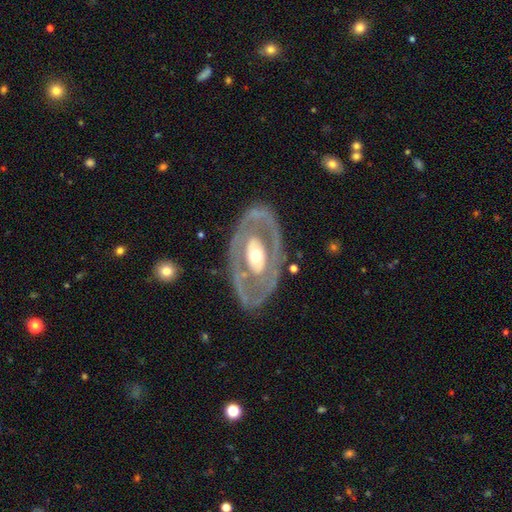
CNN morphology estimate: featured or disk 72%, smooth 23%, star or artifact 4%. Down the decision tree: edge-on disk — no (91%); bar — no (75%); spiral arms — no (76%); bulge size — moderate (68%); merging — none (77%).